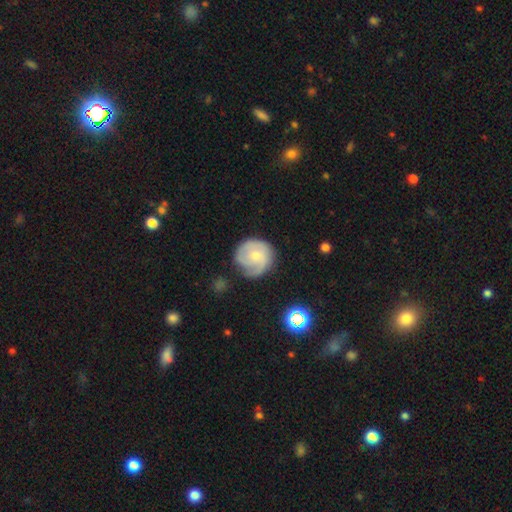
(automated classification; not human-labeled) A featured or disk galaxy (65%) with no bar (70%), 2 (36%) tight (52%) spiral arms (89%) and a small central bulge (61%).

Vote fractions:
- Smooth or featured? featured or disk: 65% / smooth: 28% / star or artifact: 6%
- Edge-on disk? no: 98% / yes: 2%
- Bar? no: 70% / weak: 26% / strong: 4%
- Spiral arms? yes: 89% / no: 11%
- Spiral winding? tight: 52% / medium: 35% / loose: 13%
- Spiral arm count? 2: 36% / can't tell: 24% / 3: 18% / 1: 16% / 4: 4% / more than 4: 3%
- Bulge size? small: 61% / moderate: 34% / none: 3% / large: 2% / dominant: 1%
- Merging? none: 64% / minor disturbance: 24% / major disturbance: 10% / merger: 2%